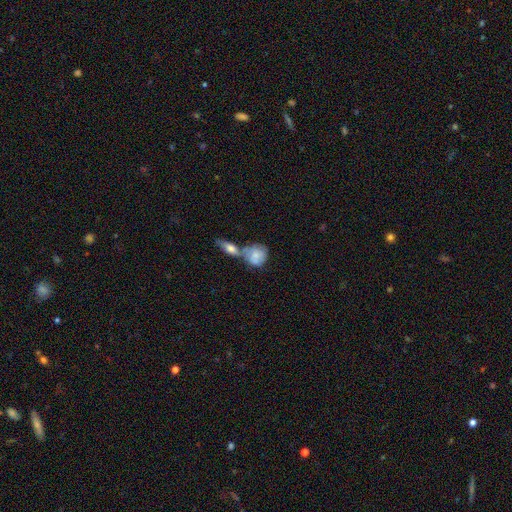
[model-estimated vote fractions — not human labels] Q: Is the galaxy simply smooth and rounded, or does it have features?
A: smooth — 66%.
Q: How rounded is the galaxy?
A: round — 60%.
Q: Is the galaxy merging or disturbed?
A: merger — 53%.